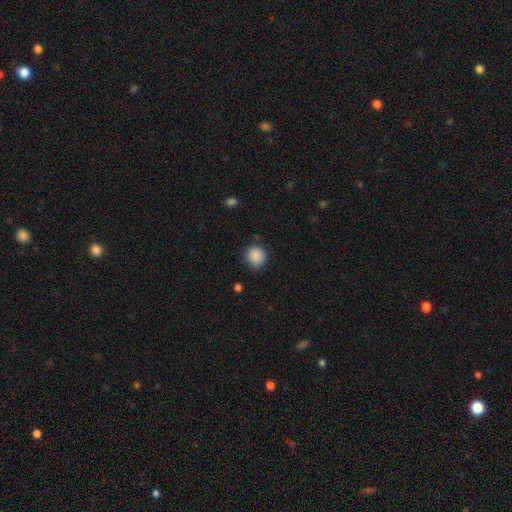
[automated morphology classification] A smooth galaxy with no disk features (88%) that is round (91%).

Vote fractions:
- Smooth or featured? smooth: 88% / star or artifact: 9% / featured or disk: 3%
- How rounded? round: 91% / in between: 8% / cigar-shaped: 1%
- Merging? none: 86% / minor disturbance: 10% / major disturbance: 3% / merger: 1%